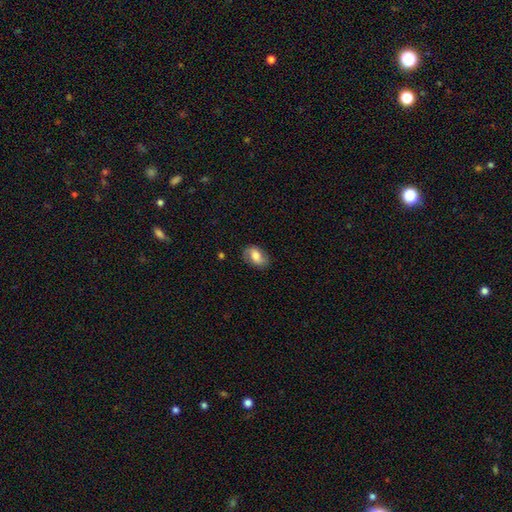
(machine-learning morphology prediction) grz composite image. It shows a smooth galaxy with no disk features (51%) that is in between round and cigar-shaped (82%). Merging: none (75%).